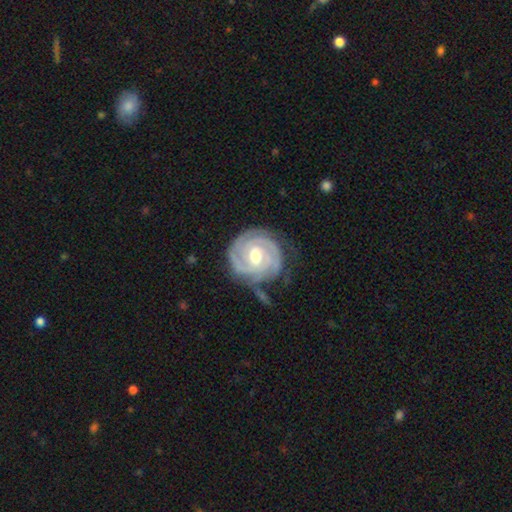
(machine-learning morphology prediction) Smooth or featured: featured or disk — 89% (smooth — 7%)
Edge-on disk: no — 98% (yes — 2%)
Bar: weak — 49% (no — 36%)
Spiral arms: yes — 97% (no — 3%)
Spiral winding: tight — 81% (medium — 16%)
Spiral arm count: 2 — 33% (3 — 29%)
Bulge size: moderate — 76% (small — 17%)
Merging: none — 71% (minor disturbance — 19%)